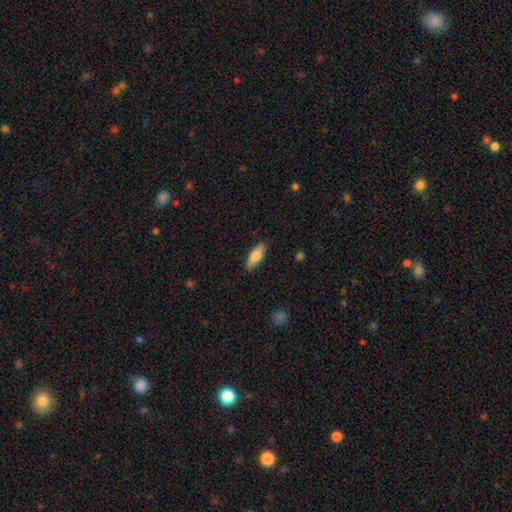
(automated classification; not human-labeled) smooth_or_featured: smooth (p=0.75) [alt: featured or disk p=0.19]
how_rounded: in between (p=0.59) [alt: cigar-shaped p=0.39]
merging: none (p=0.86) [alt: minor disturbance p=0.11]